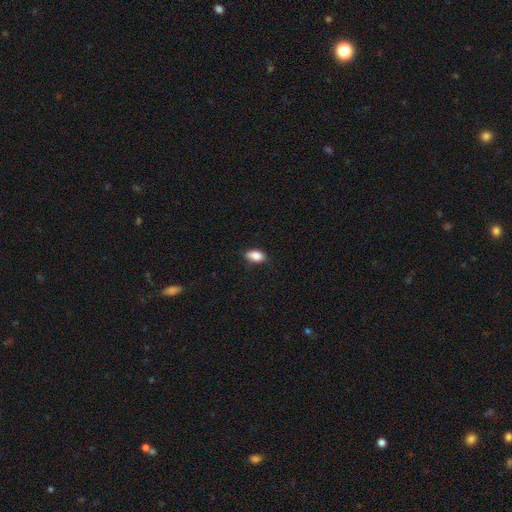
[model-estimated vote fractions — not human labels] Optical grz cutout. It shows a smooth galaxy with no disk features (87%) that is in between round and cigar-shaped (90%). Merging: none (75%).